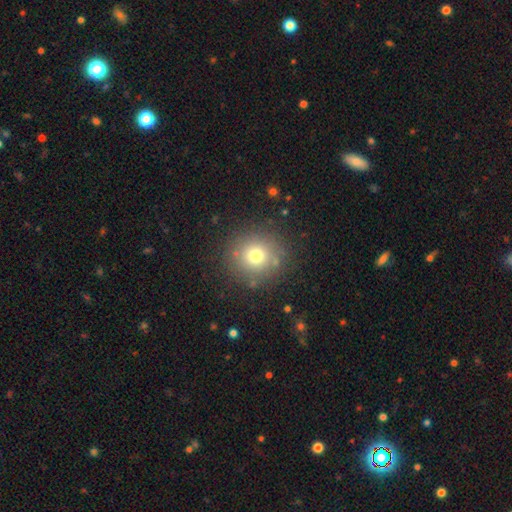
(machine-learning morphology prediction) smooth-or-featured: smooth: 71% | star or artifact: 17% | featured or disk: 13%
  how-rounded: round: 91% | in between: 8% | cigar-shaped: 1%
  merging: none: 84% | minor disturbance: 9% | major disturbance: 4% | merger: 2%